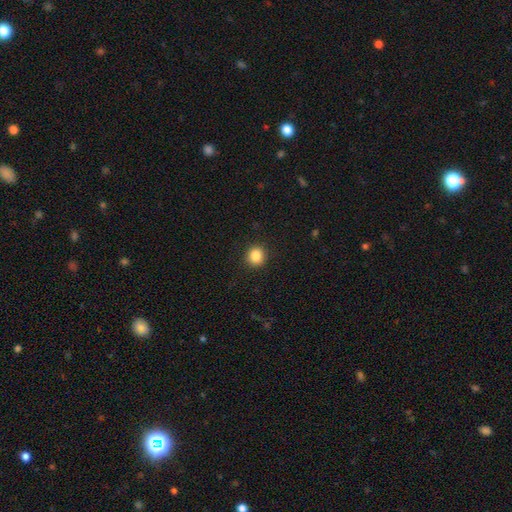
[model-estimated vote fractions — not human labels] Q: Smooth or featured?
A: smooth (85%); runner-up: star or artifact (10%)
Q: How rounded?
A: round (90%); runner-up: in between (9%)
Q: Merging?
A: none (92%); runner-up: minor disturbance (6%)